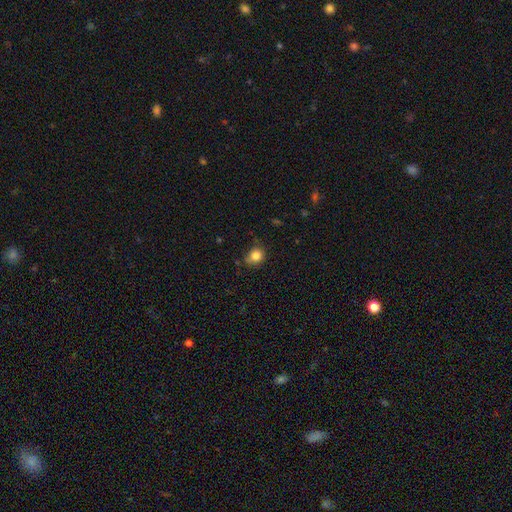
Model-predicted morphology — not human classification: A smooth galaxy with no disk features (83%) that is round (71%).

Vote fractions:
- Smooth or featured? smooth: 83% / star or artifact: 11% / featured or disk: 6%
- How rounded? round: 71% / in between: 28% / cigar-shaped: 1%
- Merging? none: 68% / minor disturbance: 24% / major disturbance: 5% / merger: 3%